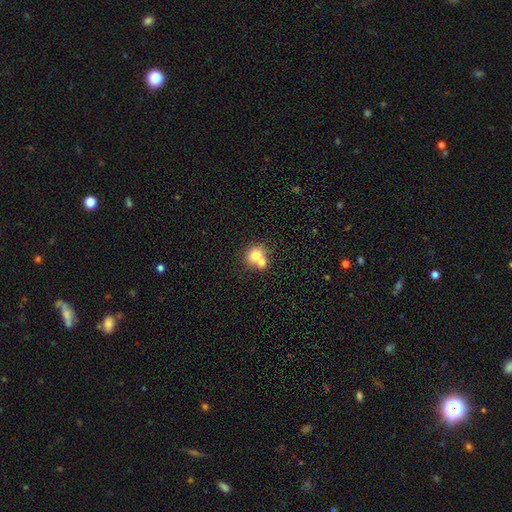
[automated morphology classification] This appears to be a smooth galaxy with no disk features (73%) that is round (71%). Merging: merger (57%).